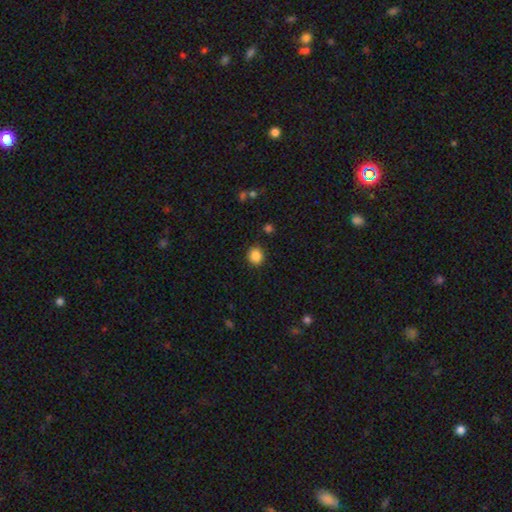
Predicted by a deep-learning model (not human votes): The model was most divided on "how rounded": round: 82%, in between: 18%, cigar-shaped: 1%. More confident: smooth or featured — smooth (87%); merging — none (87%).